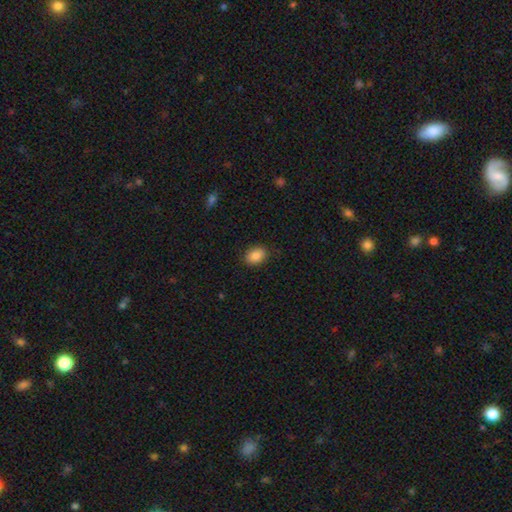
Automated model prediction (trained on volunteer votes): Morphology: type=smooth (86%); roundness=in between (70%); merging=none (87%).